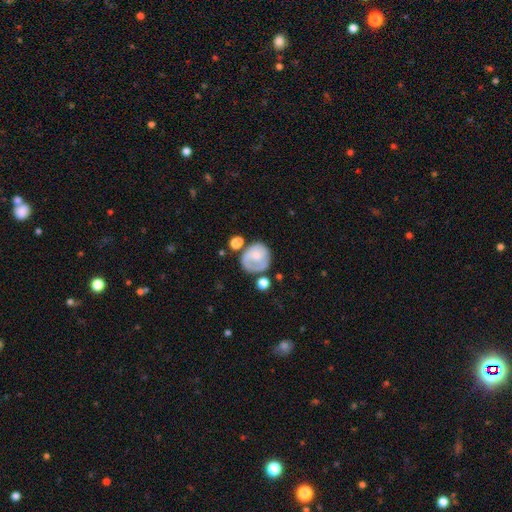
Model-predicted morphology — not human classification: type=smooth (54%); roundness=round (74%); merging=none (51%).